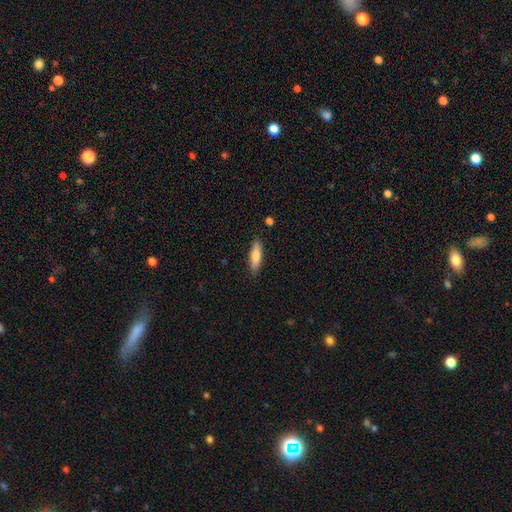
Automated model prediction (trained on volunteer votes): smooth-or-featured: smooth: 74% | featured or disk: 20% | star or artifact: 6%
  how-rounded: cigar-shaped: 64% | in between: 34% | round: 2%
  merging: none: 87% | minor disturbance: 9% | major disturbance: 2% | merger: 2%